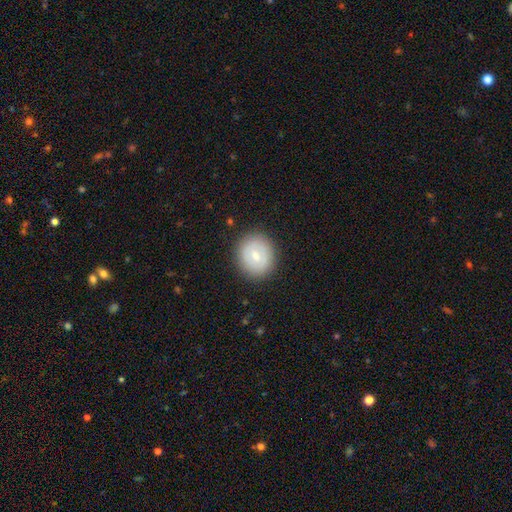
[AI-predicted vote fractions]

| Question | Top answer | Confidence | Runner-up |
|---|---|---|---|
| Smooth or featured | smooth | 60% | featured or disk (32%) |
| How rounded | round | 76% | in between (23%) |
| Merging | none | 86% | minor disturbance (10%) |